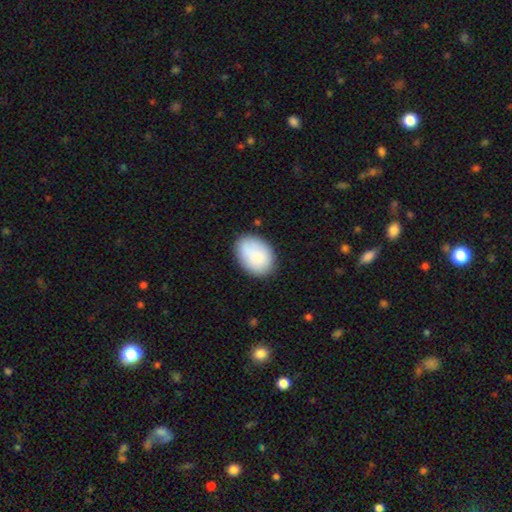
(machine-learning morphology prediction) Smooth or featured? smooth (85%)
How rounded? in between (76%)
Merging? none (79%)